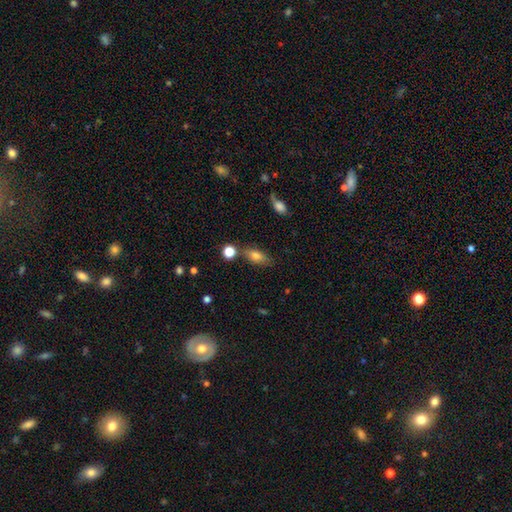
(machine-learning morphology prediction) smooth_or_featured: smooth (p=0.74) [alt: featured or disk p=0.17]
how_rounded: in between (p=0.77) [alt: cigar-shaped p=0.14]
merging: none (p=0.71) [alt: minor disturbance p=0.16]